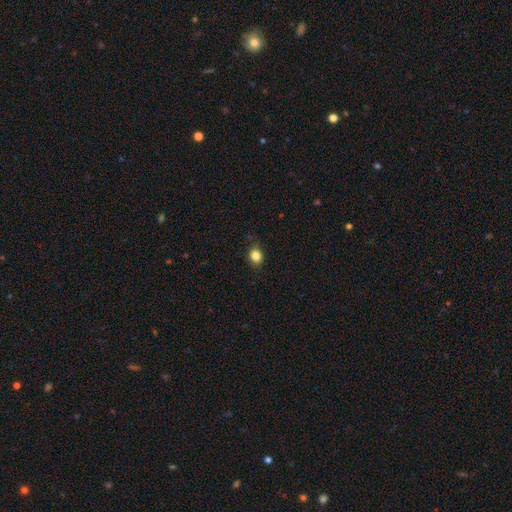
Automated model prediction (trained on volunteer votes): A smooth galaxy with no disk features (83%) that is round (59%).

Vote fractions:
- Smooth or featured? smooth: 83% / star or artifact: 11% / featured or disk: 6%
- How rounded? round: 59% / in between: 40% / cigar-shaped: 1%
- Merging? none: 84% / minor disturbance: 13% / major disturbance: 3% / merger: 1%